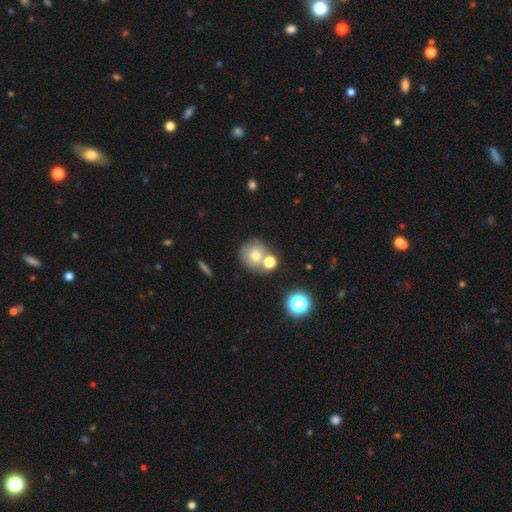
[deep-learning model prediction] This appears to be a smooth galaxy with no disk features (72%) that is round (84%). Merging: none (53%).